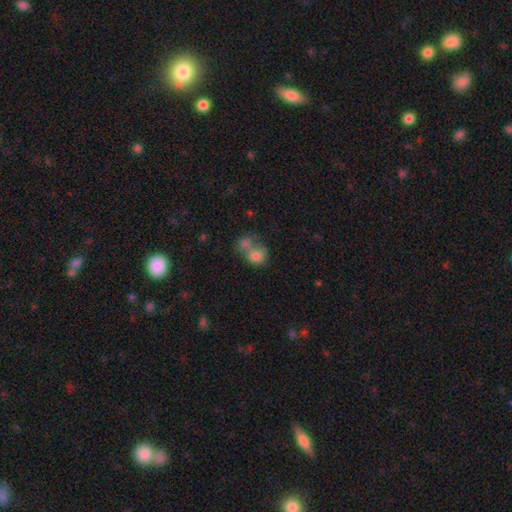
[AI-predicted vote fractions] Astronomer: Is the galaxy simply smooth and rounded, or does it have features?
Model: smooth — 75%.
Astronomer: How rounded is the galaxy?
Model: round — 62%.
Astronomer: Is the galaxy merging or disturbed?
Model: merger — 60%.